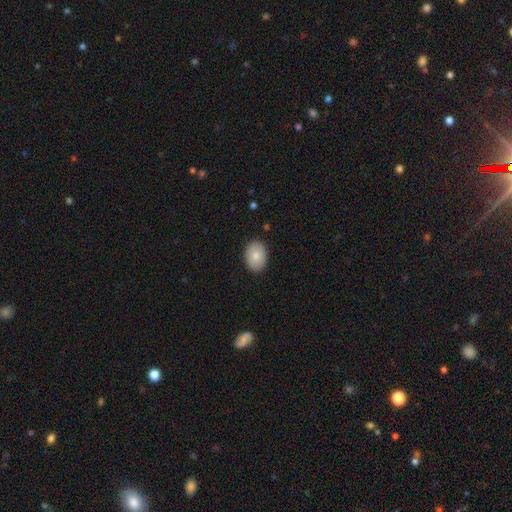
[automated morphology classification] Smooth or featured? Predicted: smooth (p=0.83). How rounded? Predicted: in between (p=0.81). Merging? Predicted: none (p=0.89).